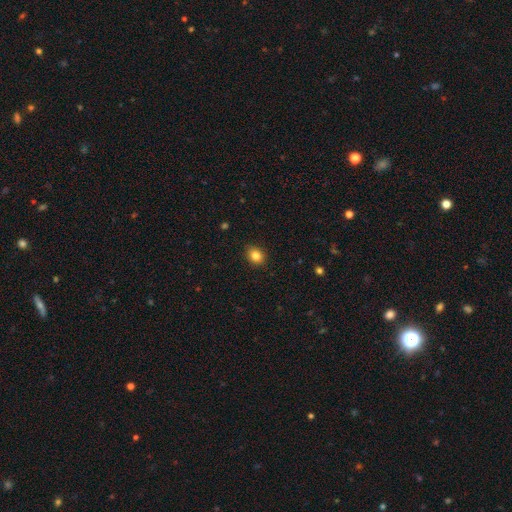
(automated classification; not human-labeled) Q: Smooth or featured?
A: smooth (84%); runner-up: star or artifact (10%)
Q: How rounded?
A: round (55%); runner-up: in between (44%)
Q: Merging?
A: none (89%); runner-up: minor disturbance (8%)